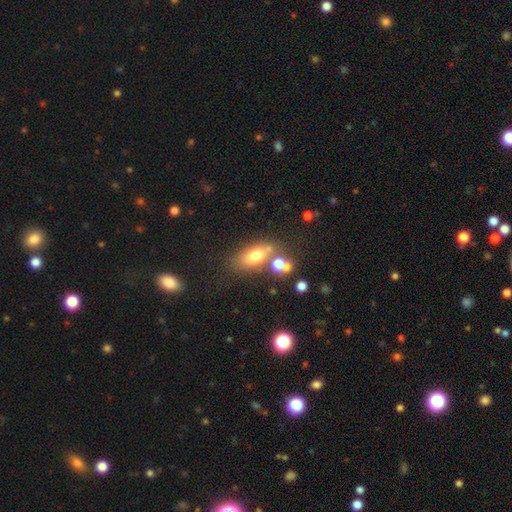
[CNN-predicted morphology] Smooth or featured? Predicted: smooth (p=0.69). How rounded? Predicted: in between (p=0.75). Merging? Predicted: none (p=0.61).